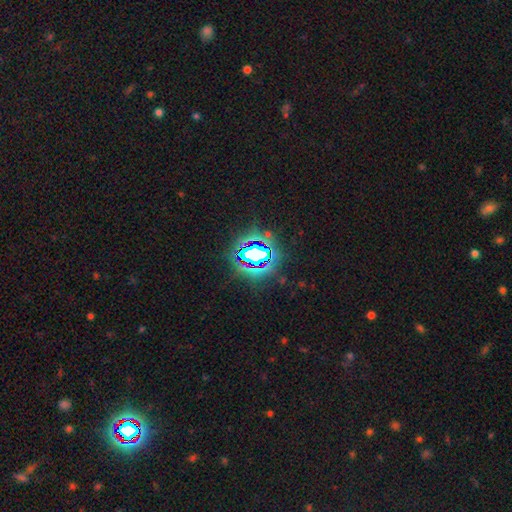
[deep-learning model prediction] Overall: star or artifact (81%).